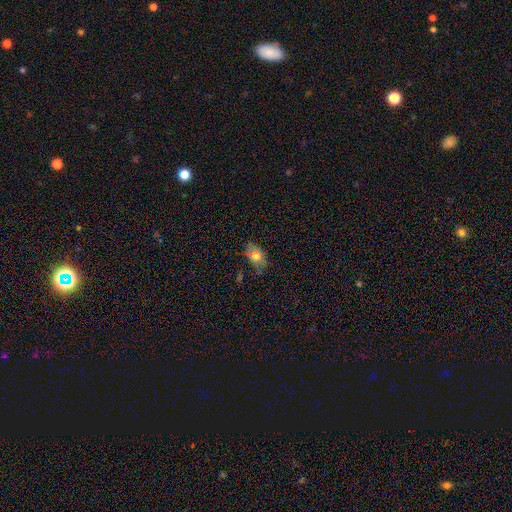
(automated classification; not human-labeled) Morphology: type=smooth (69%); roundness=in between (83%); merging=none (58%).